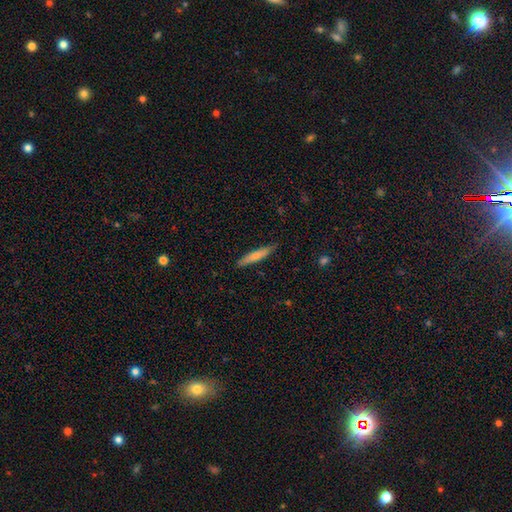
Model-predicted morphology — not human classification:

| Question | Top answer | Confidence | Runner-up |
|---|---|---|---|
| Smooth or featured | smooth | 71% | featured or disk (23%) |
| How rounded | cigar-shaped | 91% | in between (7%) |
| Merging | none | 85% | minor disturbance (12%) |